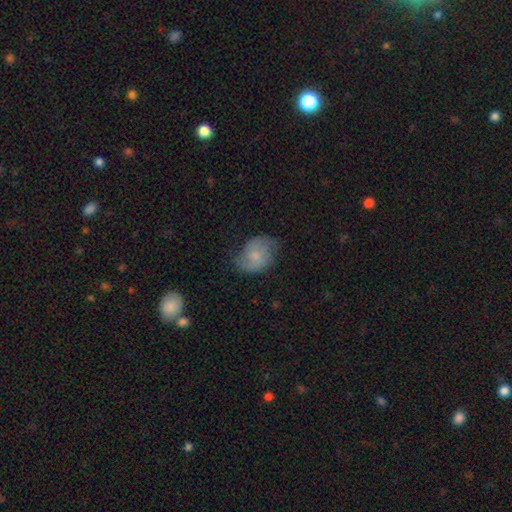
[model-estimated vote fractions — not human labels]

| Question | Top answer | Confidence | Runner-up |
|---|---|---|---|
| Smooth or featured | smooth | 50% | featured or disk (42%) |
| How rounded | in between | 59% | round (40%) |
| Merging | none | 58% | minor disturbance (29%) |